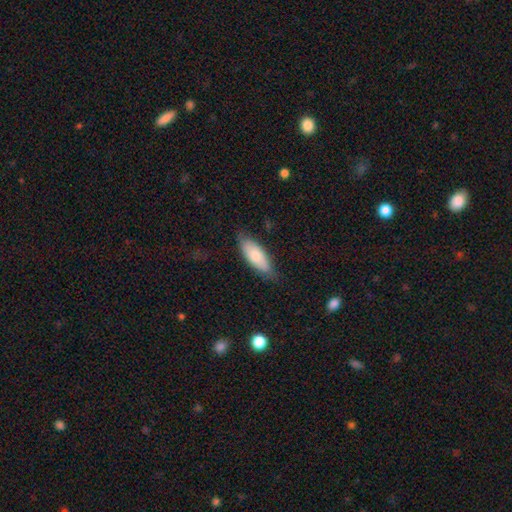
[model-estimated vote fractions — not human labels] This is likely a smooth galaxy (77%). How rounded: likely in between (75%). Merging: likely none (75%).